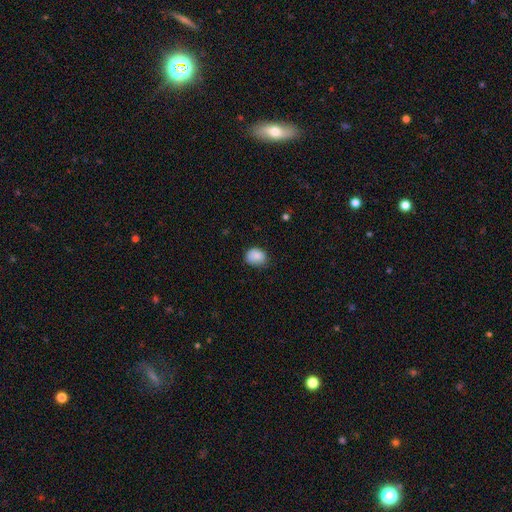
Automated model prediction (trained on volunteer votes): Q: Smooth or featured?
A: smooth (86%); runner-up: star or artifact (8%)
Q: How rounded?
A: round (52%); runner-up: in between (47%)
Q: Merging?
A: none (68%); runner-up: minor disturbance (26%)